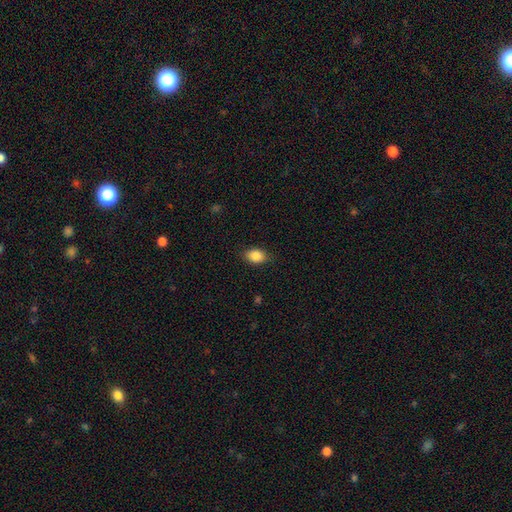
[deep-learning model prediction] This appears to be a smooth galaxy with no disk features (87%) that is in between round and cigar-shaped (79%). Merging: none (85%).